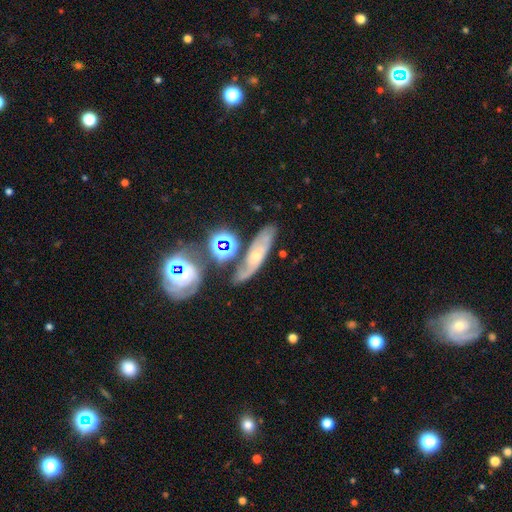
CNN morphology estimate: Smooth or featured? featured or disk (55%)
Edge-on disk? no (74%)
Merging? none (62%)